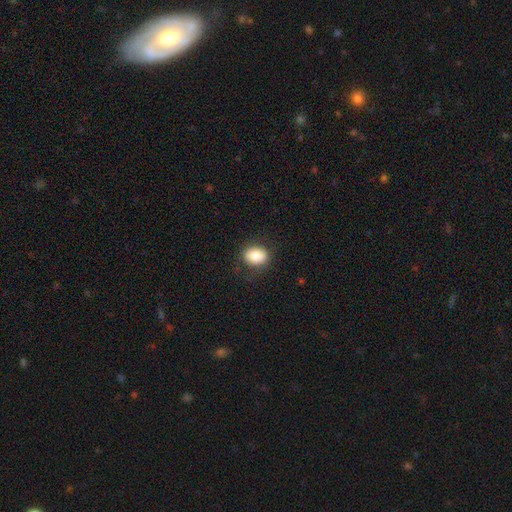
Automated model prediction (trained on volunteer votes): smooth 79%, featured or disk 12%, star or artifact 9%. Down the decision tree: how rounded — in between (54%); merging — none (84%).